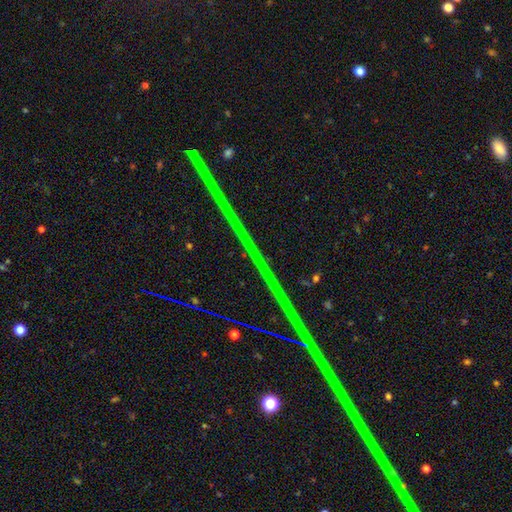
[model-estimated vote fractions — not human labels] This is clearly a star or artifact rather than a galaxy (88%).